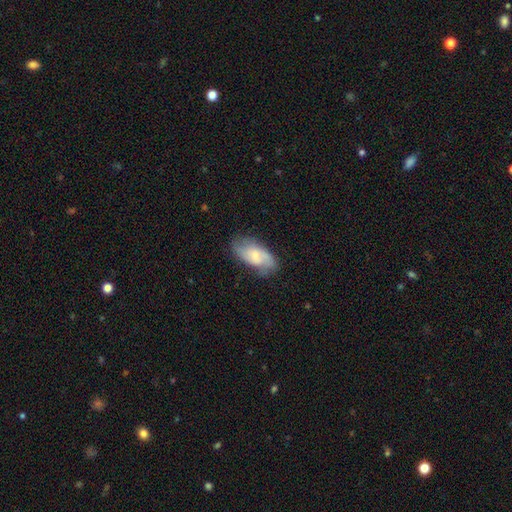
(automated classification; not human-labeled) A featured or disk galaxy (49%).

Vote fractions:
- Smooth or featured? featured or disk: 49% / smooth: 44% / star or artifact: 7%
- Merging? none: 68% / minor disturbance: 23% / major disturbance: 7% / merger: 2%